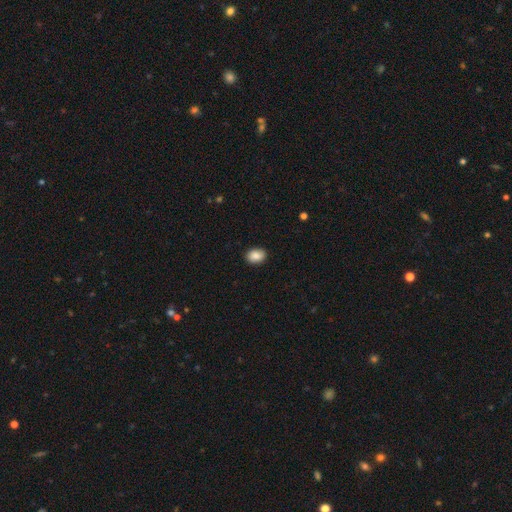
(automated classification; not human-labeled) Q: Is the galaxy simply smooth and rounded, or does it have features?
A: smooth — 88%.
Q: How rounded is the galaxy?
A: in between — 75%.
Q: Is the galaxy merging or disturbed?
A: none — 89%.